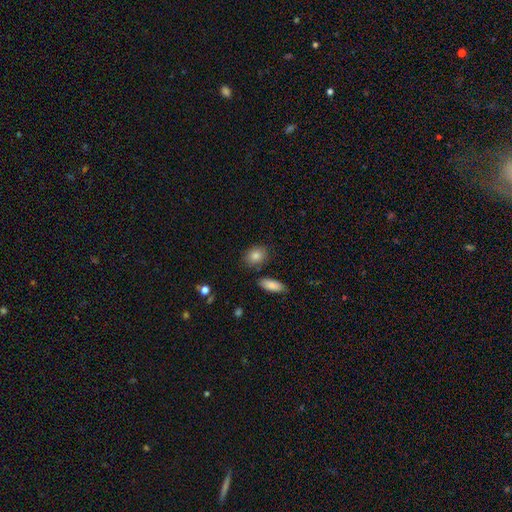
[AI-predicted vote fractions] Smooth or featured?
  - smooth: 85% *
  - star or artifact: 8%
  - featured or disk: 7%
How rounded?
  - in between: 61% *
  - round: 38%
  - cigar-shaped: 2%
Merging?
  - none: 80% *
  - minor disturbance: 11%
  - merger: 6%
  - major disturbance: 3%